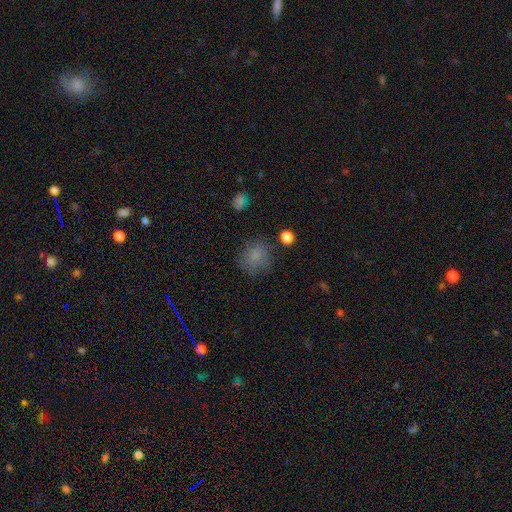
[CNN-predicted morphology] smooth-or-featured: smooth: 77% | star or artifact: 13% | featured or disk: 10%
  how-rounded: round: 80% | in between: 19% | cigar-shaped: 1%
  merging: none: 73% | minor disturbance: 17% | major disturbance: 7% | merger: 3%